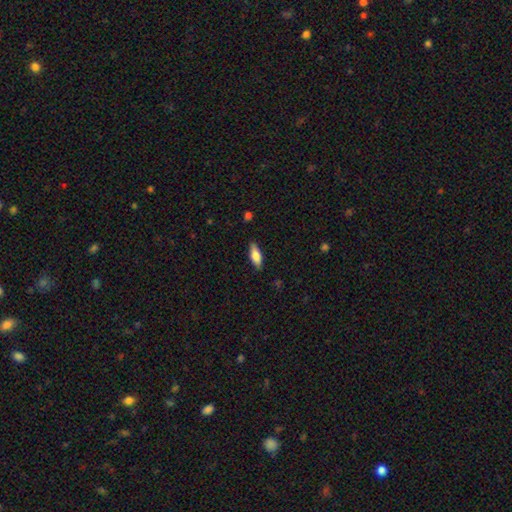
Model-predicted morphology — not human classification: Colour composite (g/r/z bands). It shows a smooth galaxy with no disk features (74%) that is in between round and cigar-shaped (71%). Merging: none (86%).